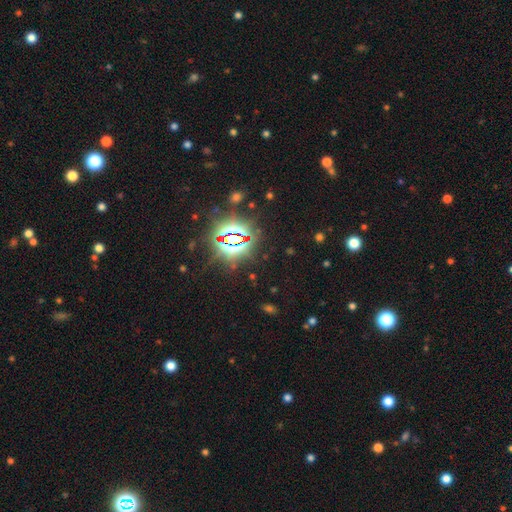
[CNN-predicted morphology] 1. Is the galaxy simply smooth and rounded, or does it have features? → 84% star or artifact, 9% smooth, 7% featured or disk.